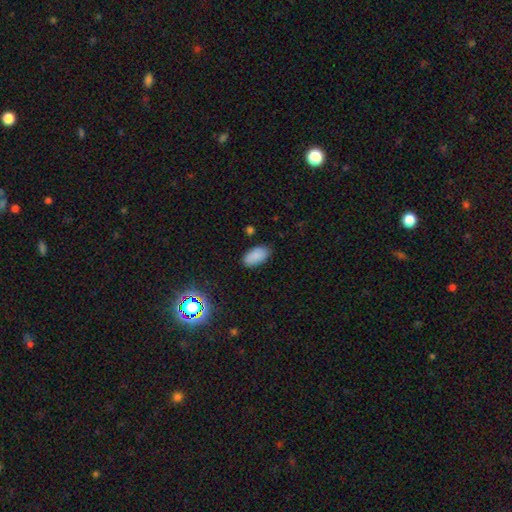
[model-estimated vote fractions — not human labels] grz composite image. It shows a smooth galaxy with no disk features (87%) that is in between round and cigar-shaped (95%). Merging: none (85%).